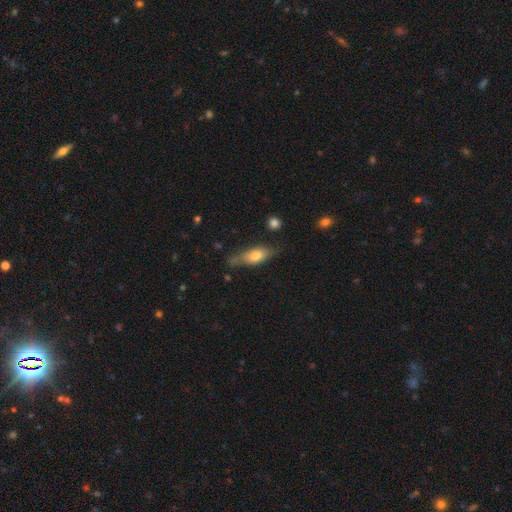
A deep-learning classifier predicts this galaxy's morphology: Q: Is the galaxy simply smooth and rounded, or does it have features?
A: smooth — 62%.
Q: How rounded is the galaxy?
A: in between — 63%.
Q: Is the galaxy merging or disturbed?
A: none — 59%.